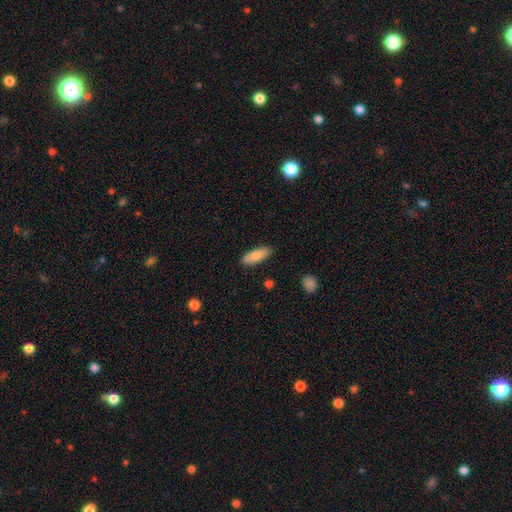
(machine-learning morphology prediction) This appears to be a smooth galaxy with no disk features (83%) that is in between round and cigar-shaped (67%). Merging: none (86%).